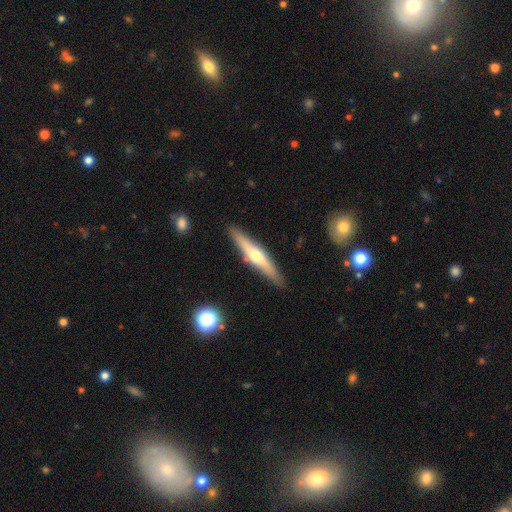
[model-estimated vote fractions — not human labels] Smooth or featured?
  - featured or disk: 60% *
  - smooth: 35%
  - star or artifact: 6%
Edge-on disk?
  - yes: 95% *
  - no: 5%
Edge-on bulge?
  - rounded: 87% *
  - none: 9%
  - boxy: 4%
Merging?
  - none: 88% *
  - minor disturbance: 9%
  - merger: 2%
  - major disturbance: 2%